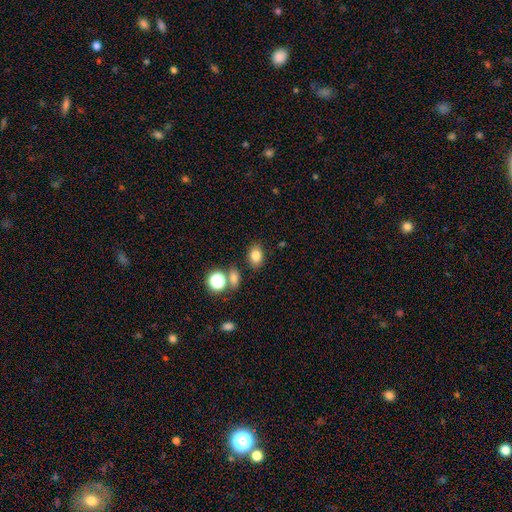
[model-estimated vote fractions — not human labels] smooth_or_featured: smooth (p=0.80) [alt: star or artifact p=0.13]
how_rounded: in between (p=0.70) [alt: round p=0.29]
merging: none (p=0.79) [alt: minor disturbance p=0.10]